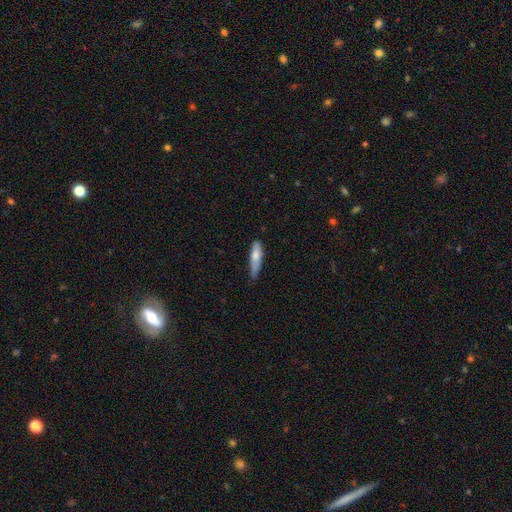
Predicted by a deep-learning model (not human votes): The model was most divided on "merging": none: 60%, minor disturbance: 33%, major disturbance: 5%, merger: 2%. More confident: smooth or featured — smooth (72%); how rounded — cigar-shaped (68%).